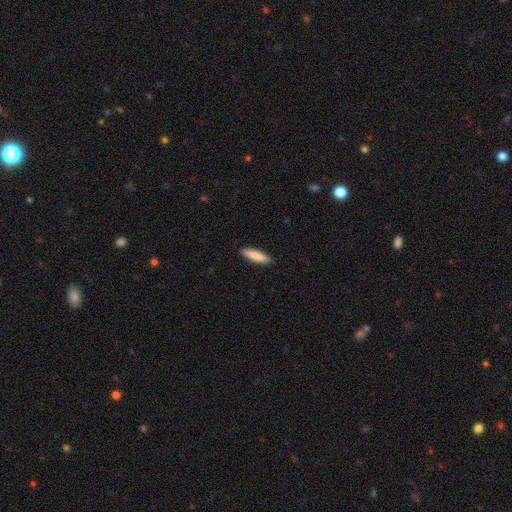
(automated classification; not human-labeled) Smooth or featured? smooth (87%)
How rounded? cigar-shaped (71%)
Merging? none (90%)